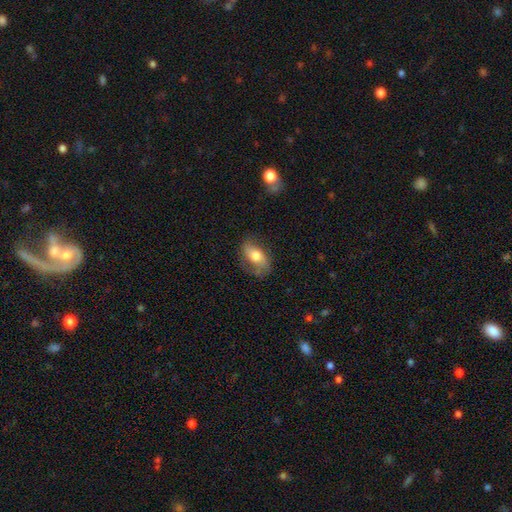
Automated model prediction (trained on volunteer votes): Smooth or featured? smooth (53%)
How rounded? in between (87%)
Merging? none (63%)